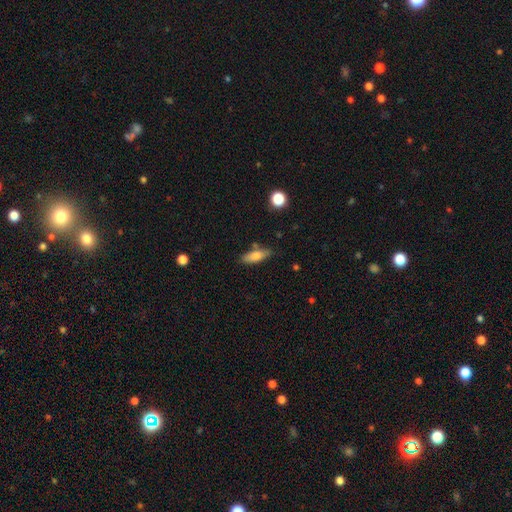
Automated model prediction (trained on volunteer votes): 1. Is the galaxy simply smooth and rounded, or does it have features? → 77% smooth, 16% featured or disk, 7% star or artifact.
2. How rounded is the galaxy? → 60% in between, 38% cigar-shaped, 3% round.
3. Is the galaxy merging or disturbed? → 75% none, 16% minor disturbance, 6% merger, 3% major disturbance.